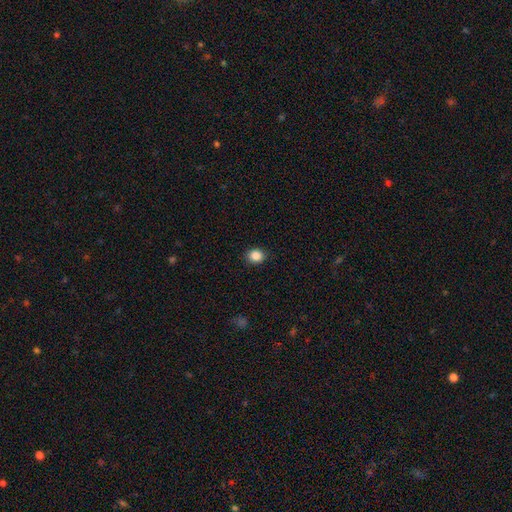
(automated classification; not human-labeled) Smooth or featured? Predicted: smooth (p=0.87). How rounded? Predicted: round (p=0.70). Merging? Predicted: none (p=0.90).